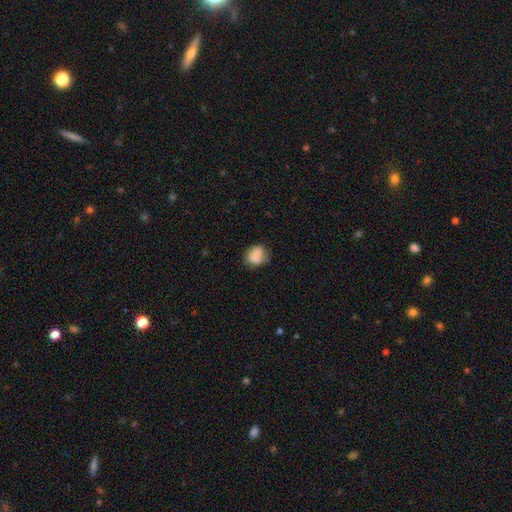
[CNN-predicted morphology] smooth_or_featured: smooth (p=0.84) [alt: star or artifact p=0.09]
how_rounded: round (p=0.54) [alt: in between p=0.45]
merging: none (p=0.64) [alt: minor disturbance p=0.26]